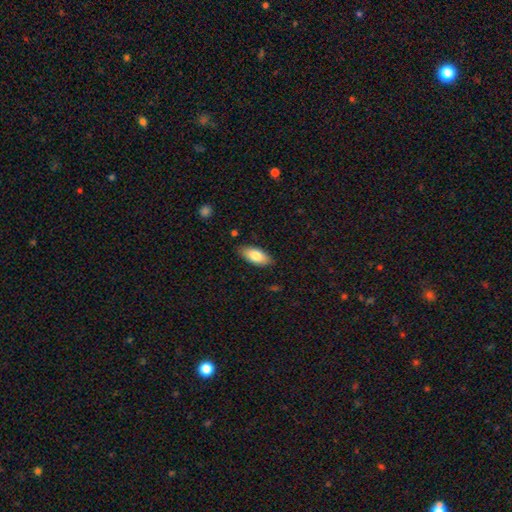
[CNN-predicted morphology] A smooth galaxy with no disk features (80%) that is in between round and cigar-shaped (87%). Merging: none (85%).